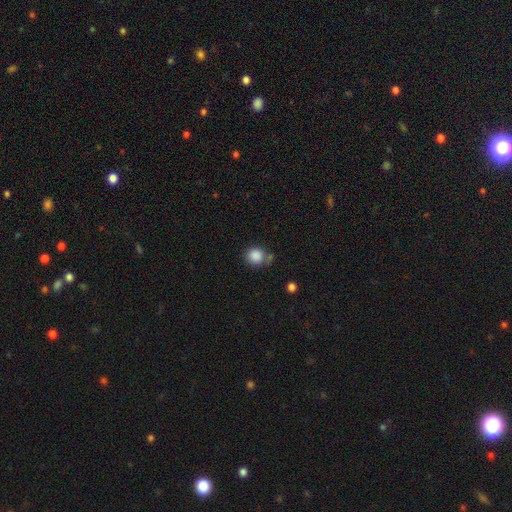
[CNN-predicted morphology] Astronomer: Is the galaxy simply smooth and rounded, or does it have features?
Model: smooth — 87%.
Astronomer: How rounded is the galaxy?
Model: round — 86%.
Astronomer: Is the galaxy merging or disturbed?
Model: none — 67%.